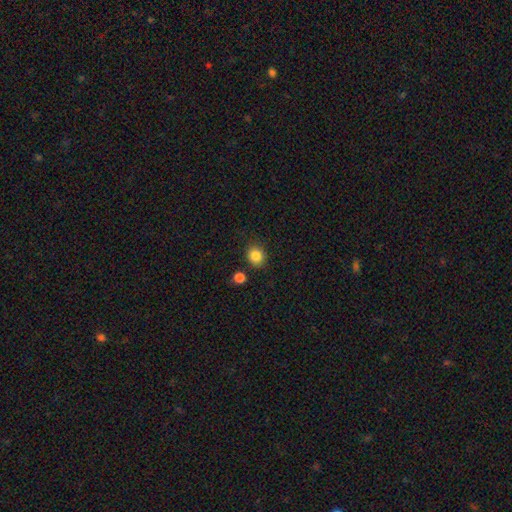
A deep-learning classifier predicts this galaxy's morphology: Smooth or featured: smooth — 85% (star or artifact — 10%)
How rounded: round — 78% (in between — 21%)
Merging: none — 83% (minor disturbance — 10%)